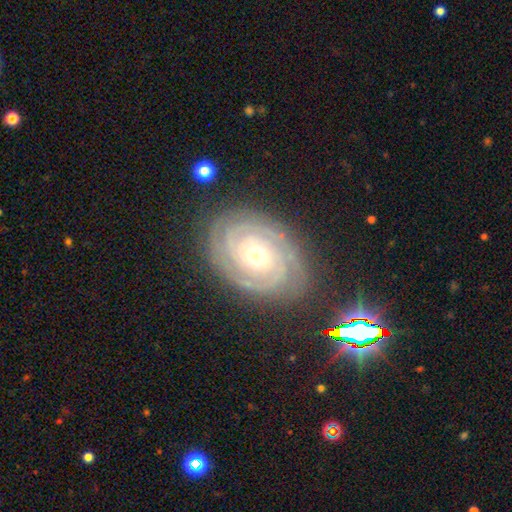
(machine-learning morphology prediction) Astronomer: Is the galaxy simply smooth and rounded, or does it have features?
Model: featured or disk — 89%.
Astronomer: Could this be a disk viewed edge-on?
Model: no — 97%.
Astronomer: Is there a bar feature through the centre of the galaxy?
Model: no — 77%.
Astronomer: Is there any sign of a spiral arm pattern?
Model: yes — 98%.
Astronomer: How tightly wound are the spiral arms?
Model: tight — 86%.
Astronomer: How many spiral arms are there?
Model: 2 — 43% (runner-up: 3, 23%).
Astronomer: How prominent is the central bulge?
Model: moderate — 57% (runner-up: small, 38%).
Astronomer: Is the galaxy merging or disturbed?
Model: none — 82%.